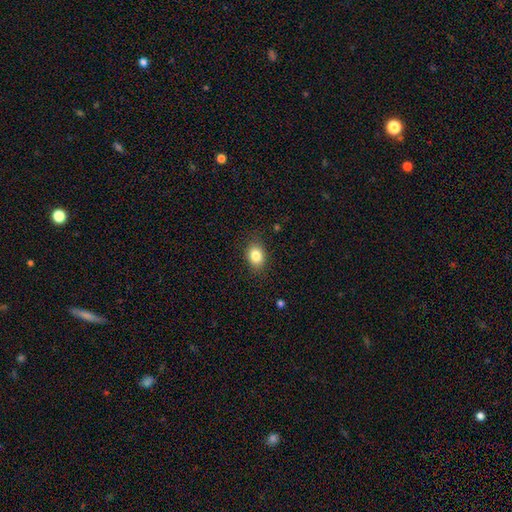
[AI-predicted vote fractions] A smooth galaxy with no disk features (83%) that is in between round and cigar-shaped (66%).

Vote fractions:
- Smooth or featured? smooth: 83% / star or artifact: 9% / featured or disk: 7%
- How rounded? in between: 66% / round: 33% / cigar-shaped: 1%
- Merging? none: 84% / minor disturbance: 12% / major disturbance: 3% / merger: 1%